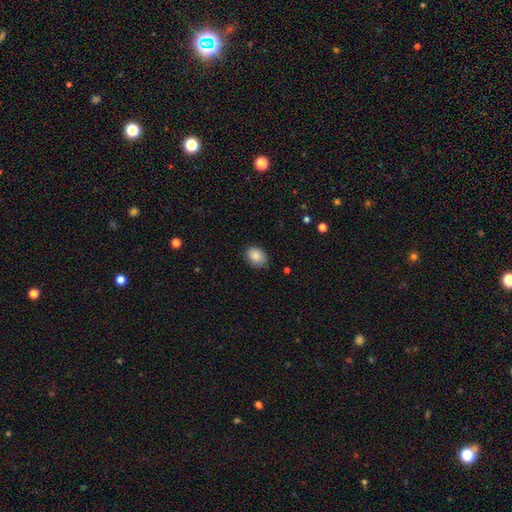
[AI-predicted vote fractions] Smooth or featured: smooth — 87% (star or artifact — 8%)
How rounded: in between — 61% (round — 38%)
Merging: none — 78% (minor disturbance — 18%)